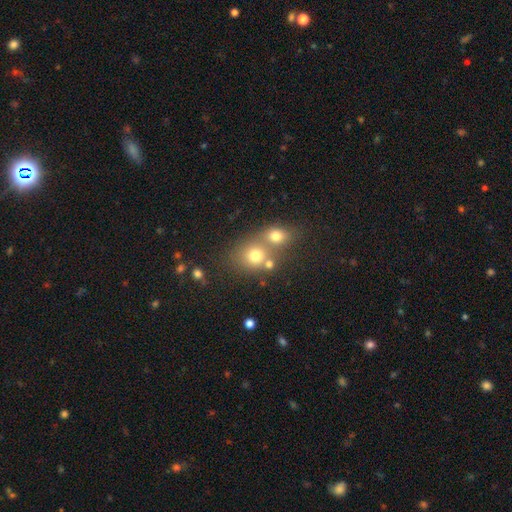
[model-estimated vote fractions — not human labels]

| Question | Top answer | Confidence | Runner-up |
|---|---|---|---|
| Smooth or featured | smooth | 72% | star or artifact (15%) |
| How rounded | round | 74% | in between (25%) |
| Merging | merger | 46% | none (42%) |